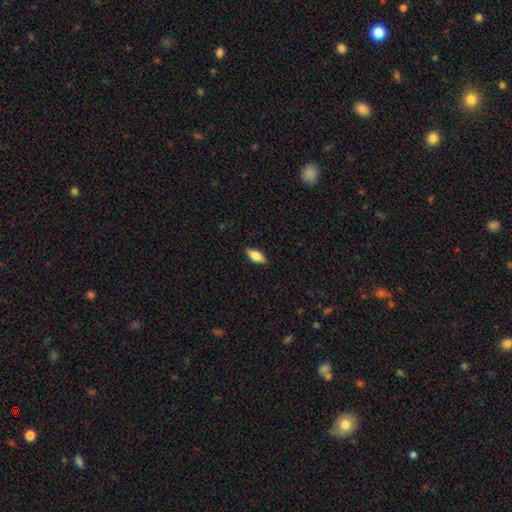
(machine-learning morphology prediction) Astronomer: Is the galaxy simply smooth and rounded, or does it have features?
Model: smooth — 72%.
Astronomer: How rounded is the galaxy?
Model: in between — 80%.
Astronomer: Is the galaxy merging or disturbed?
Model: none — 88%.